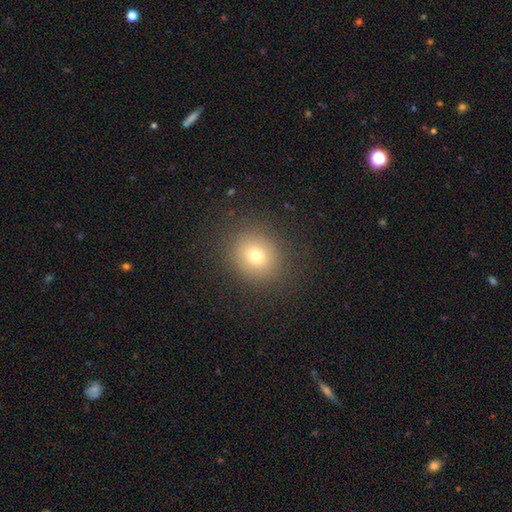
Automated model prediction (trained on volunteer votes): Smooth or featured? Predicted: smooth (p=0.74). How rounded? Predicted: round (p=0.79). Merging? Predicted: none (p=0.87).